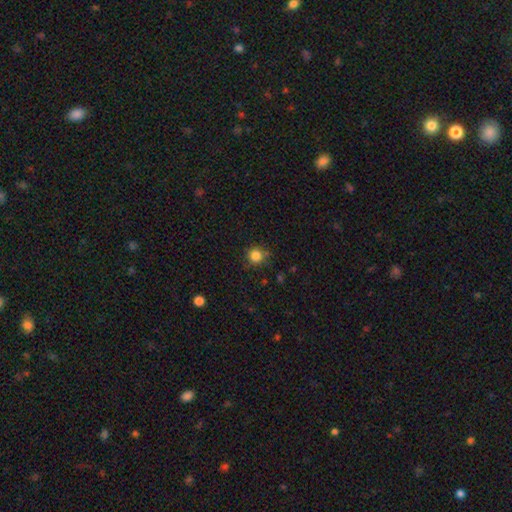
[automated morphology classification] A smooth galaxy with no disk features (84%) that is round (93%).

Vote fractions:
- Smooth or featured? smooth: 84% / star or artifact: 12% / featured or disk: 5%
- How rounded? round: 93% / in between: 6% / cigar-shaped: 1%
- Merging? none: 81% / minor disturbance: 13% / merger: 3% / major disturbance: 3%